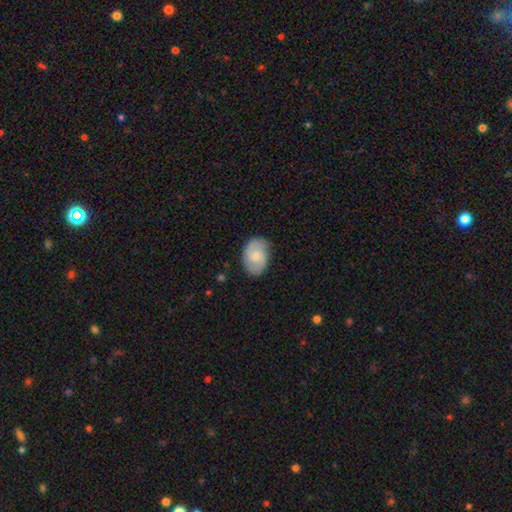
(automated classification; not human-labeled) Morphology: type=featured or disk (48%); merging=none (75%).